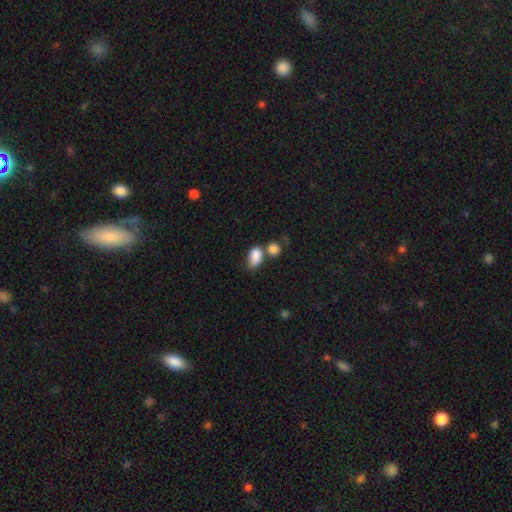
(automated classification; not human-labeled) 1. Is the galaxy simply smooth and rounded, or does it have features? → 85% smooth, 8% star or artifact, 7% featured or disk.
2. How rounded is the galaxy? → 87% in between, 11% round, 2% cigar-shaped.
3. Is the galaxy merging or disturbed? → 40% merger, 35% none, 17% minor disturbance, 8% major disturbance.